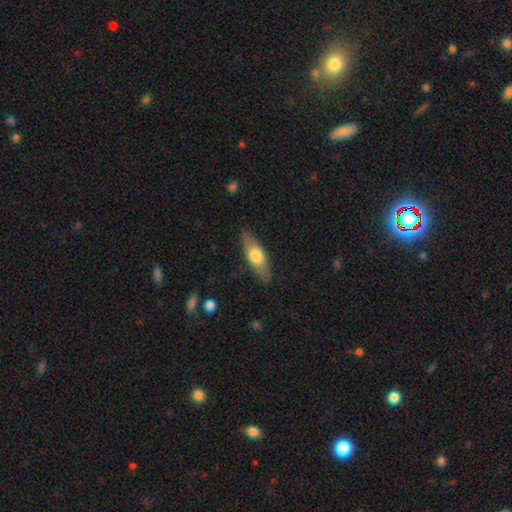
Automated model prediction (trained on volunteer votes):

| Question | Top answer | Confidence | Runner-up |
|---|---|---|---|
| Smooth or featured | smooth | 58% | featured or disk (37%) |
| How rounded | in between | 55% | cigar-shaped (42%) |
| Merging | none | 85% | minor disturbance (12%) |